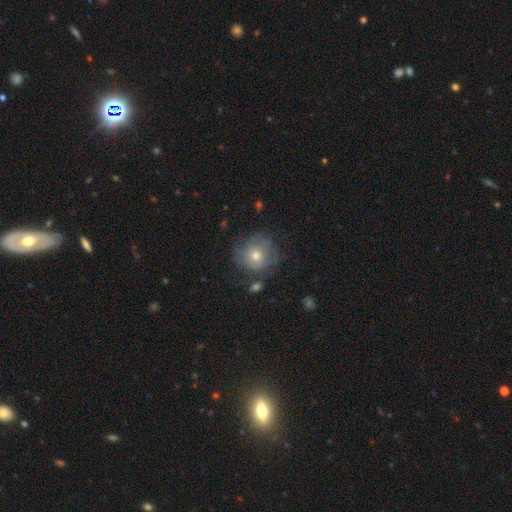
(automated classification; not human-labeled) The model was most divided on "smooth or featured": smooth: 51%, featured or disk: 37%, star or artifact: 11%. More confident: how rounded — round (90%); merging — none (67%).